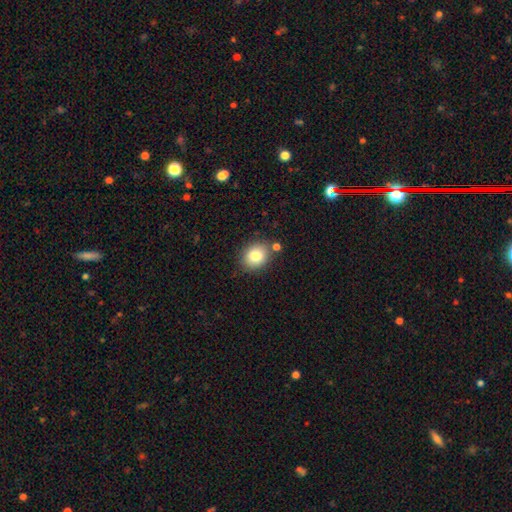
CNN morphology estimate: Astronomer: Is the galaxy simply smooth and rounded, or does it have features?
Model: smooth — 81%.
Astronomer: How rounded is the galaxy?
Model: round — 59% (runner-up: in between, 40%).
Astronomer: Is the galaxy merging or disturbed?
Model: none — 79%.